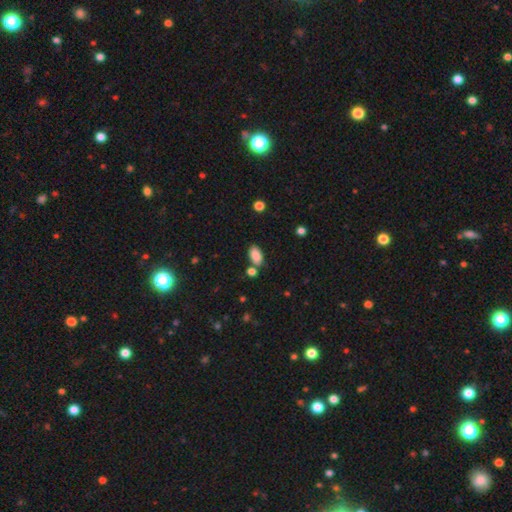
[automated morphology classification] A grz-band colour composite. It shows a smooth galaxy with no disk features (87%) that is in between round and cigar-shaped (93%). Merging: none (70%).